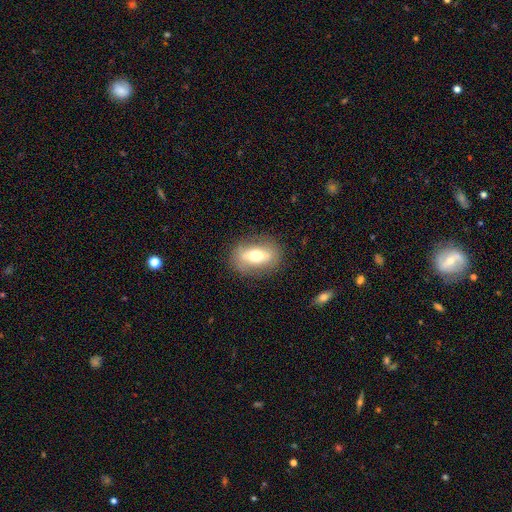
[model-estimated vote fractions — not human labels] Smooth or featured? smooth (50%)
How rounded? in between (75%)
Merging? none (83%)